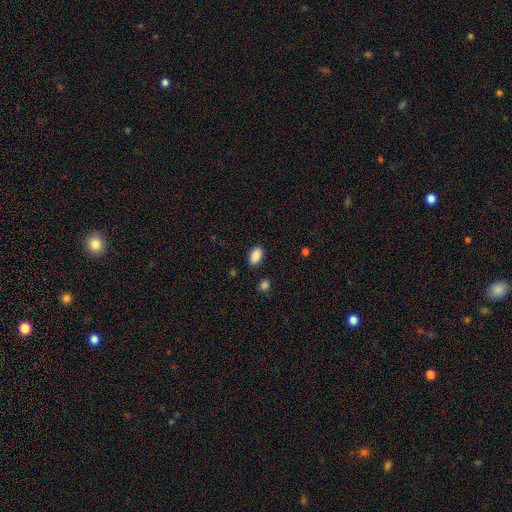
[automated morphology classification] smooth_or_featured: smooth (p=0.89) [alt: star or artifact p=0.08]
how_rounded: in between (p=0.92) [alt: round p=0.06]
merging: none (p=0.86) [alt: minor disturbance p=0.10]